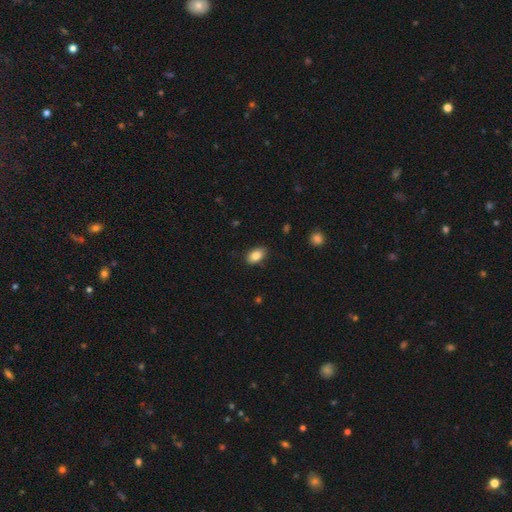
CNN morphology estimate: smooth-or-featured: smooth: 85% | star or artifact: 8% | featured or disk: 7%
  how-rounded: in between: 91% | round: 7% | cigar-shaped: 2%
  merging: none: 86% | minor disturbance: 11% | major disturbance: 2% | merger: 1%